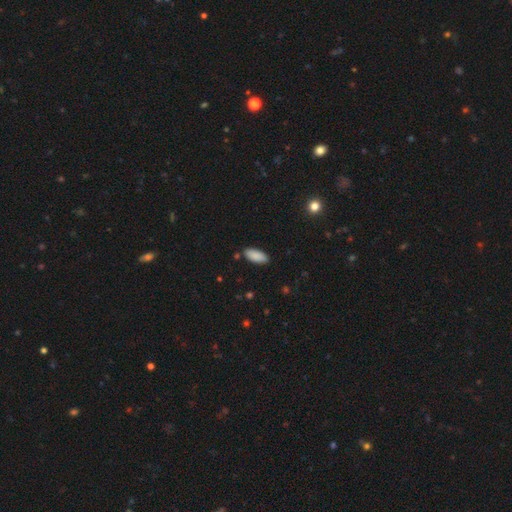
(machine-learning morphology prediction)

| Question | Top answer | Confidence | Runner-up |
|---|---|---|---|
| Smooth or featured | smooth | 89% | star or artifact (6%) |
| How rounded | in between | 88% | cigar-shaped (11%) |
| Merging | none | 86% | minor disturbance (10%) |